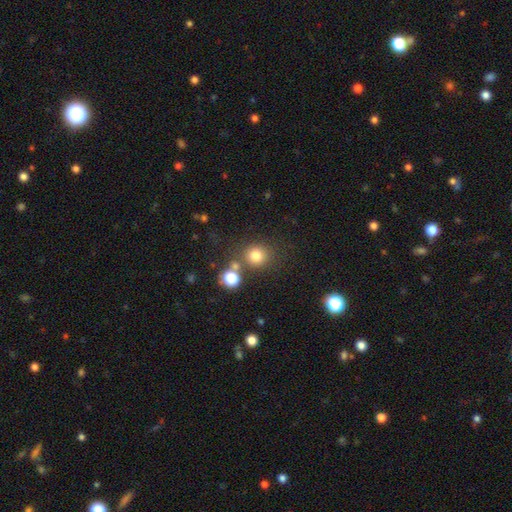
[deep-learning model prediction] Smooth or featured?
  - smooth: 77% *
  - star or artifact: 16%
  - featured or disk: 7%
How rounded?
  - round: 88% *
  - in between: 11%
  - cigar-shaped: 1%
Merging?
  - none: 72% *
  - merger: 14%
  - minor disturbance: 9%
  - major disturbance: 4%